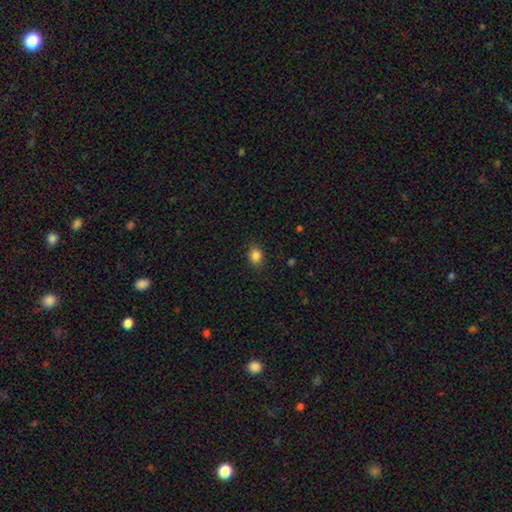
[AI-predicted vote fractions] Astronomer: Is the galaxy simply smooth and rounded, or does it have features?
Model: smooth — 85%.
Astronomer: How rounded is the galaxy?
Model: round — 51% (runner-up: in between, 47%).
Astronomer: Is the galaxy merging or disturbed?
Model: none — 85%.